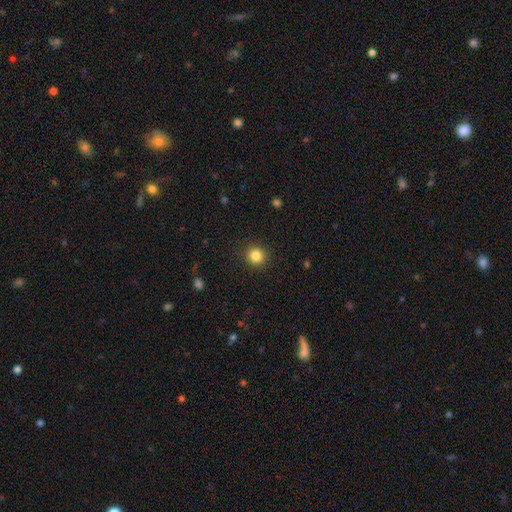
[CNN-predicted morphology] Smooth or featured? smooth (84%)
How rounded? round (93%)
Merging? none (92%)